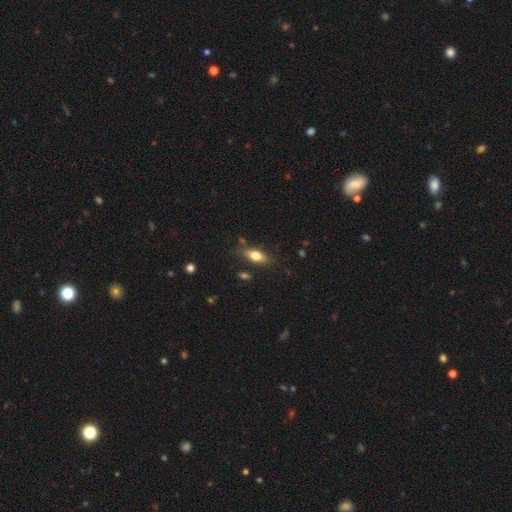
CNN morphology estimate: Smooth or featured?
  - smooth: 70% *
  - featured or disk: 23%
  - star or artifact: 8%
How rounded?
  - in between: 76% *
  - cigar-shaped: 20%
  - round: 4%
Merging?
  - none: 77% *
  - minor disturbance: 16%
  - major disturbance: 4%
  - merger: 4%